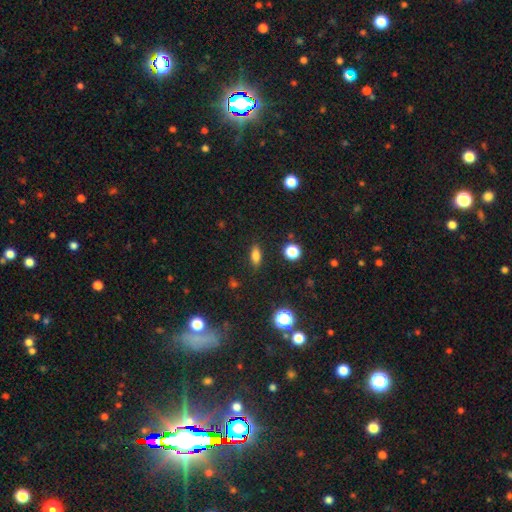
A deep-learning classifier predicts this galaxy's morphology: This appears to be a smooth galaxy with no disk features (77%) that is in between round and cigar-shaped (73%). Merging: none (87%).